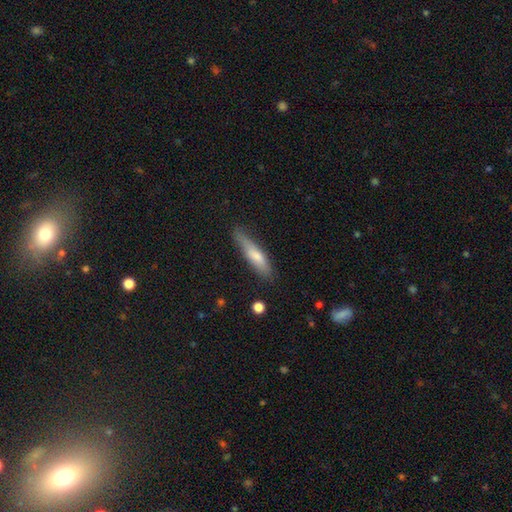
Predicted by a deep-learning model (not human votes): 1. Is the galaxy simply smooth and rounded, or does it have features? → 65% smooth, 28% featured or disk, 7% star or artifact.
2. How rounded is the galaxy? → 81% cigar-shaped, 18% in between, 2% round.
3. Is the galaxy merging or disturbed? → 70% none, 23% minor disturbance, 5% major disturbance, 2% merger.